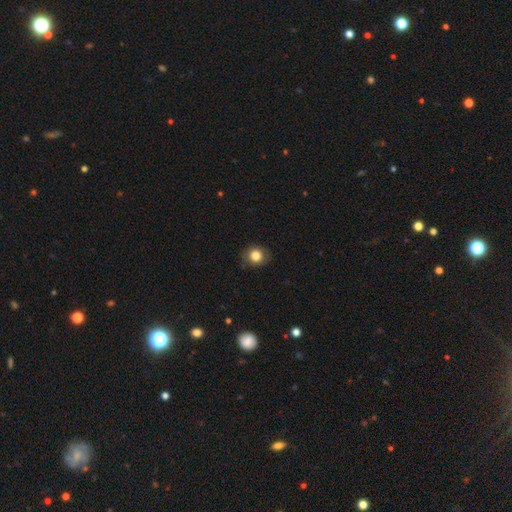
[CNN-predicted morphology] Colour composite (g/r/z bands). It shows a smooth galaxy with no disk features (83%) that is round (77%). Merging: none (84%).